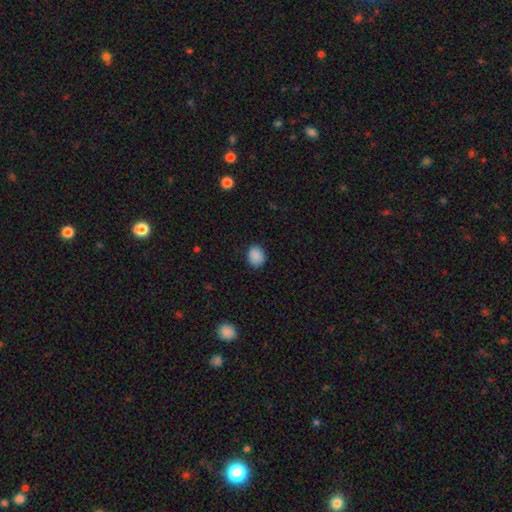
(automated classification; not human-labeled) Overall: smooth (89%). How rounded: round (53%; in between 46%). Merging: none (87%).